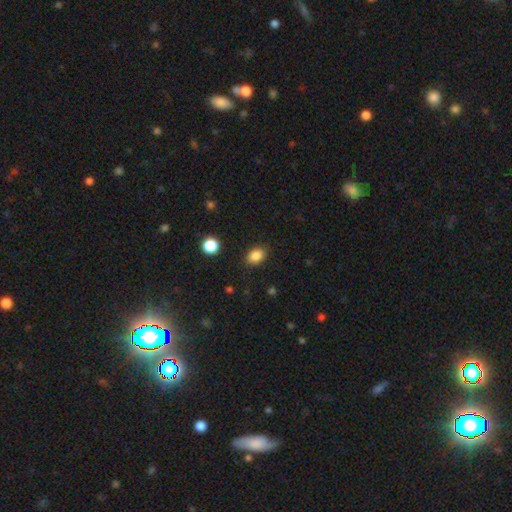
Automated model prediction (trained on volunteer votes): A smooth galaxy with no disk features (86%) that is in between round and cigar-shaped (70%).

Vote fractions:
- Smooth or featured? smooth: 86% / star or artifact: 10% / featured or disk: 4%
- How rounded? in between: 70% / round: 29% / cigar-shaped: 1%
- Merging? none: 87% / minor disturbance: 9% / major disturbance: 3% / merger: 1%